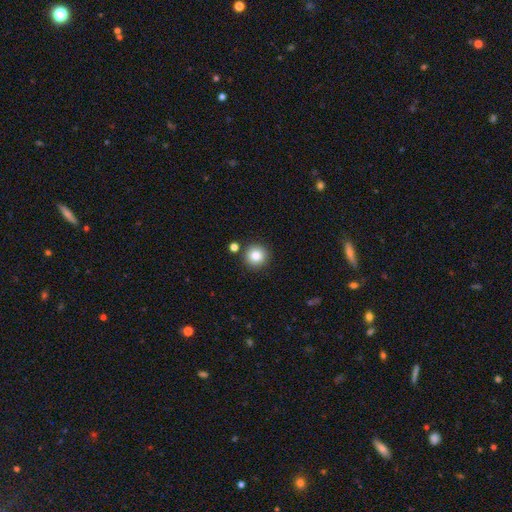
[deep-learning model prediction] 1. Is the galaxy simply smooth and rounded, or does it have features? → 85% smooth, 10% star or artifact, 5% featured or disk.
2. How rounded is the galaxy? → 94% round, 5% in between, 1% cigar-shaped.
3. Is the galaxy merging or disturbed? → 87% none, 7% minor disturbance, 4% merger, 2% major disturbance.